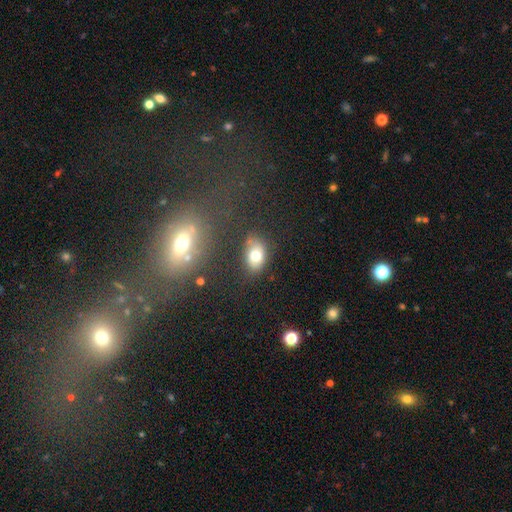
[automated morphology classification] smooth_or_featured: smooth (p=0.75) [alt: featured or disk p=0.15]
how_rounded: in between (p=0.83) [alt: round p=0.15]
merging: none (p=0.72) [alt: minor disturbance p=0.18]